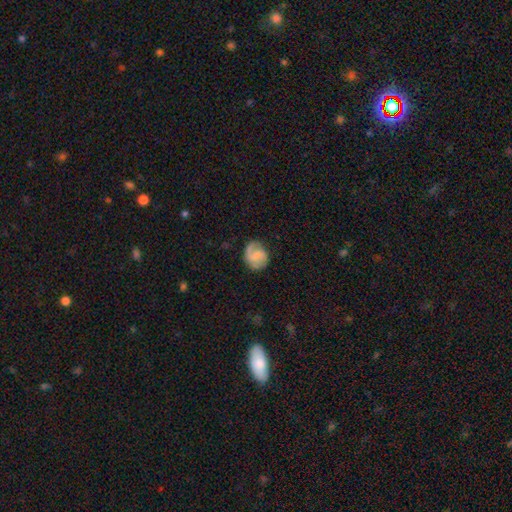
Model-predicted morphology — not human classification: Q: Smooth or featured?
A: featured or disk (52%); runner-up: smooth (40%)
Q: Edge-on disk?
A: no (98%); runner-up: yes (2%)
Q: Bar?
A: weak (48%); runner-up: no (38%)
Q: Spiral arms?
A: yes (87%); runner-up: no (13%)
Q: Bulge size?
A: none (46%); runner-up: small (31%)
Q: Merging?
A: none (69%); runner-up: minor disturbance (20%)